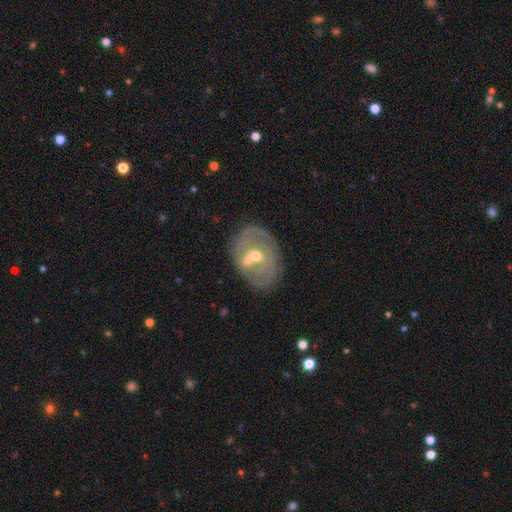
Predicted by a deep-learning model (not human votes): A featured or disk galaxy (75%) with no bar (48%), spiral arms (68%) and a moderate central bulge (57%). Merging: none (61%).